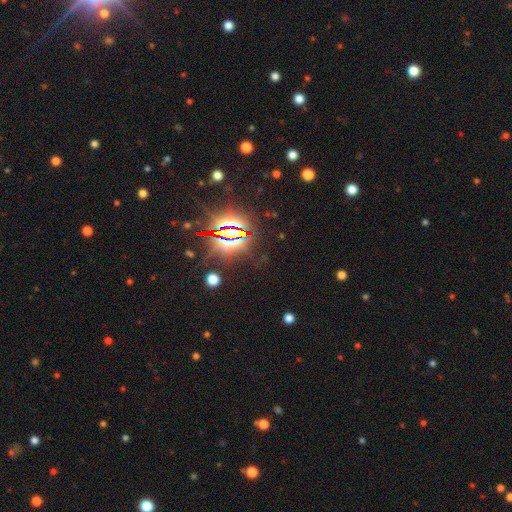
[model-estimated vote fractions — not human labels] Q: Smooth or featured?
A: star or artifact (85%); runner-up: smooth (8%)